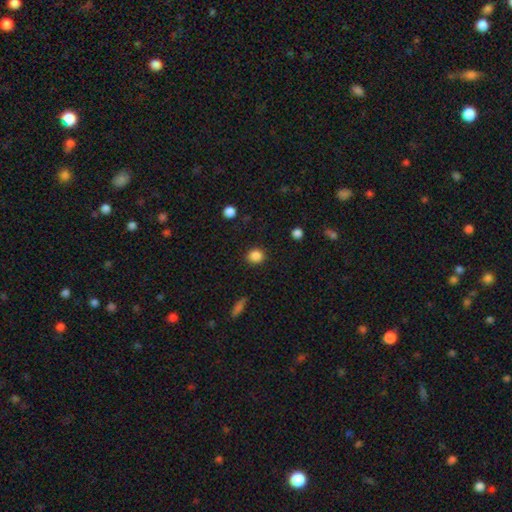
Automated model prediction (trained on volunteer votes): This is clearly a smooth galaxy (86%). How rounded: clearly round (81%). Merging: clearly none (89%).